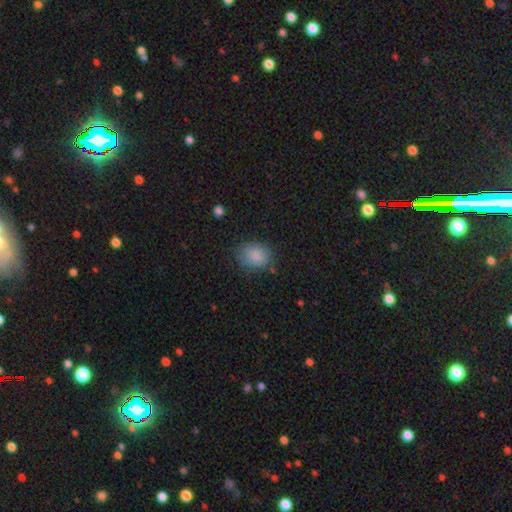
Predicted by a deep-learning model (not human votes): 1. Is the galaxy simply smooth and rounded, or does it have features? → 86% smooth, 9% star or artifact, 5% featured or disk.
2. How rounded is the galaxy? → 58% in between, 41% round, 1% cigar-shaped.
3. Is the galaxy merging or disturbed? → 74% none, 19% minor disturbance, 5% major disturbance, 2% merger.